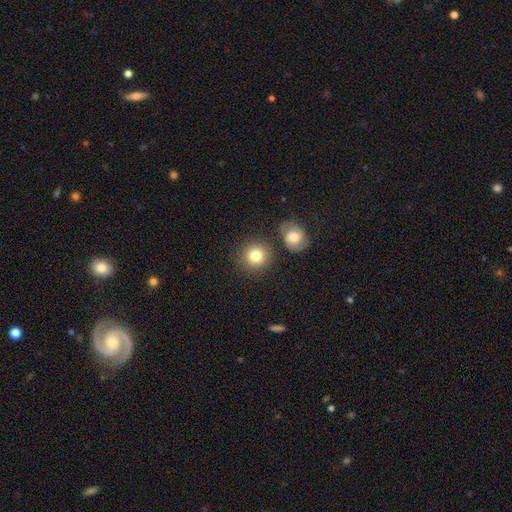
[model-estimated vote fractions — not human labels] A smooth galaxy with no disk features (81%) that is round (89%). Merging: none (77%).